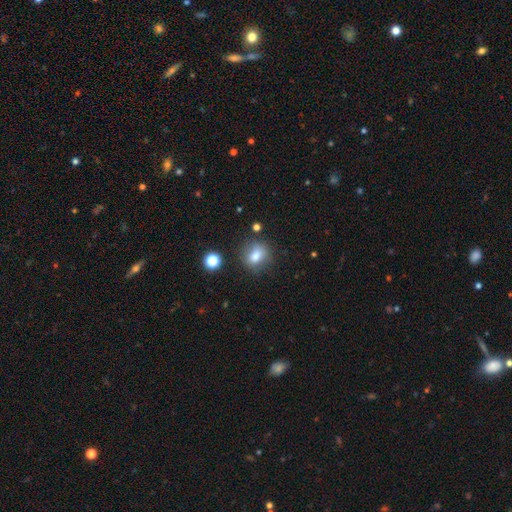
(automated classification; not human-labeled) Smooth or featured: smooth — 78% (star or artifact — 11%)
How rounded: round — 59% (in between — 39%)
Merging: none — 76% (minor disturbance — 15%)